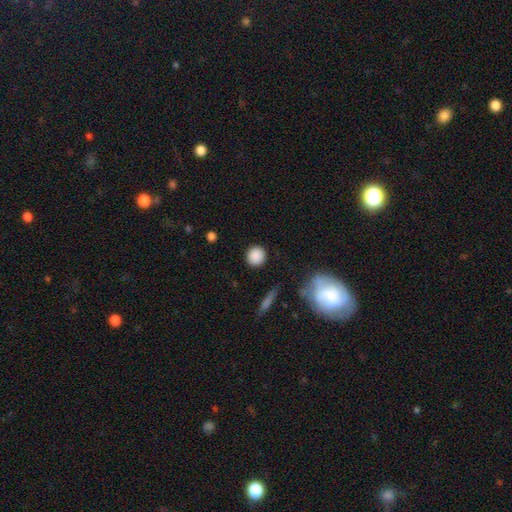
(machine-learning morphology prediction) A smooth galaxy with no disk features (87%) that is round (92%). Merging: none (89%).